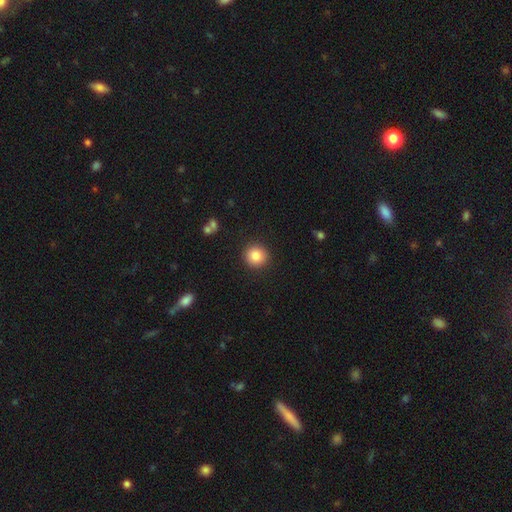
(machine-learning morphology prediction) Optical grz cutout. It shows a smooth galaxy with no disk features (84%) that is round (91%). Merging: none (91%).